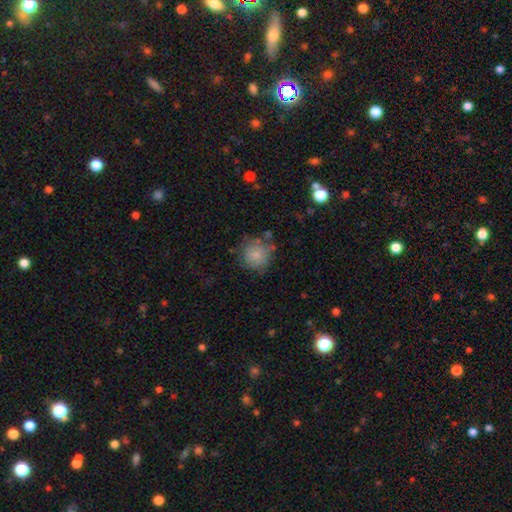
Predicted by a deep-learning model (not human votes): The model was most divided on "merging": none: 68%, minor disturbance: 20%, major disturbance: 7%, merger: 5%. More confident: how rounded — round (91%); smooth or featured — smooth (78%).